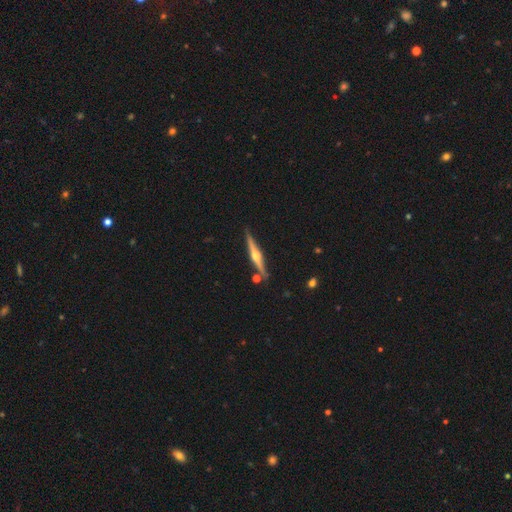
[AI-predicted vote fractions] Smooth or featured? Predicted: featured or disk (p=0.80). Edge-on disk? Predicted: yes (p=0.98). Edge-on bulge? Predicted: rounded (p=0.95). Merging? Predicted: none (p=0.86).